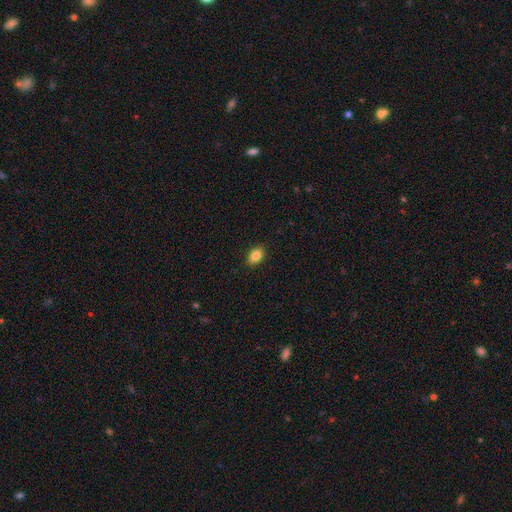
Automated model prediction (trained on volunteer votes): Smooth or featured?
  - smooth: 85% *
  - star or artifact: 8%
  - featured or disk: 6%
How rounded?
  - in between: 86% *
  - round: 12%
  - cigar-shaped: 2%
Merging?
  - none: 88% *
  - minor disturbance: 9%
  - major disturbance: 2%
  - merger: 1%